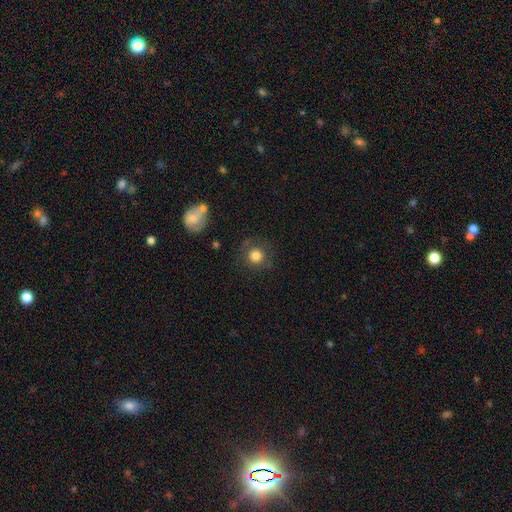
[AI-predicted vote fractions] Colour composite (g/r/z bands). It shows a smooth galaxy with no disk features (77%) that is round (92%). Merging: none (75%).